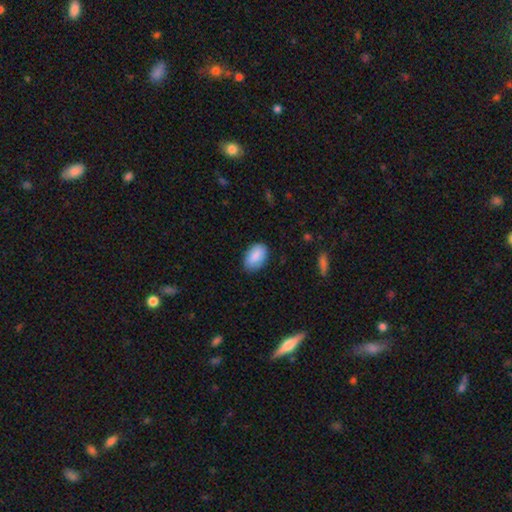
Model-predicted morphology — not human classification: A smooth galaxy with no disk features (88%) that is in between round and cigar-shaped (92%). Merging: none (80%).